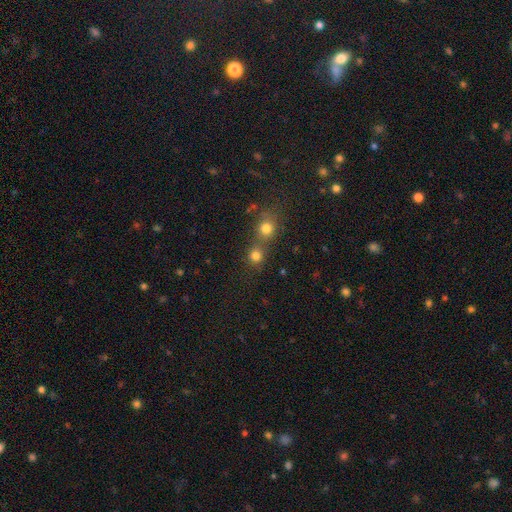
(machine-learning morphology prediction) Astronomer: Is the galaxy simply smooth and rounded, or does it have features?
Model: smooth — 78%.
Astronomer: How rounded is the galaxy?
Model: round — 87%.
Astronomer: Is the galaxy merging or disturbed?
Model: none — 49% (runner-up: merger, 42%).